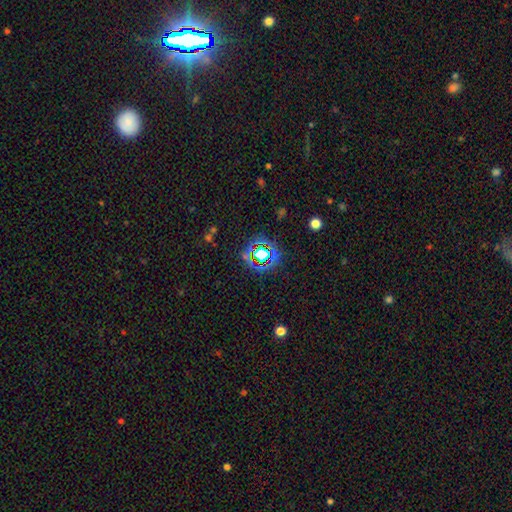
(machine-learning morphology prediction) Q: Smooth or featured?
A: star or artifact (68%); runner-up: smooth (21%)